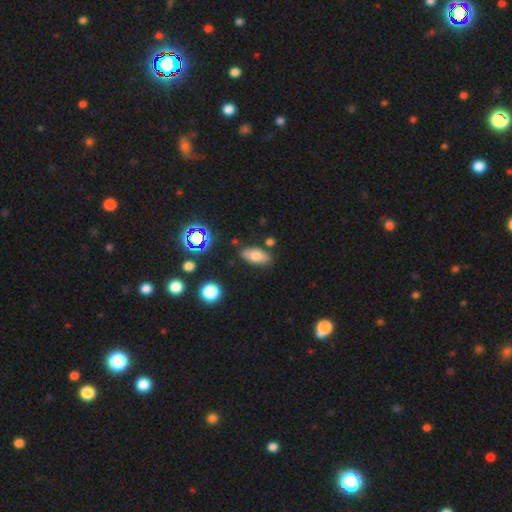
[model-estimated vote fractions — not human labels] Smooth or featured? smooth (70%)
How rounded? in between (87%)
Merging? none (79%)